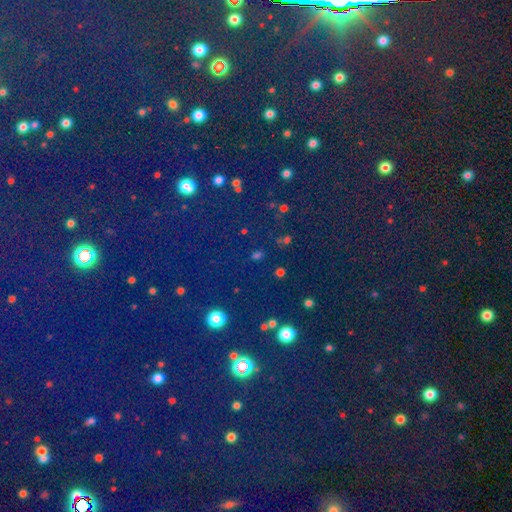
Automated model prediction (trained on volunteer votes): star or artifact 81%, smooth 12%, featured or disk 8%.